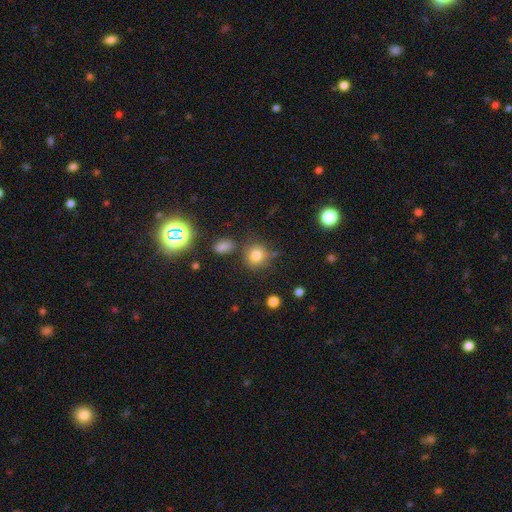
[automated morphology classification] smooth 79%, star or artifact 14%, featured or disk 7%. Down the decision tree: how rounded — round (88%); merging — none (73%).